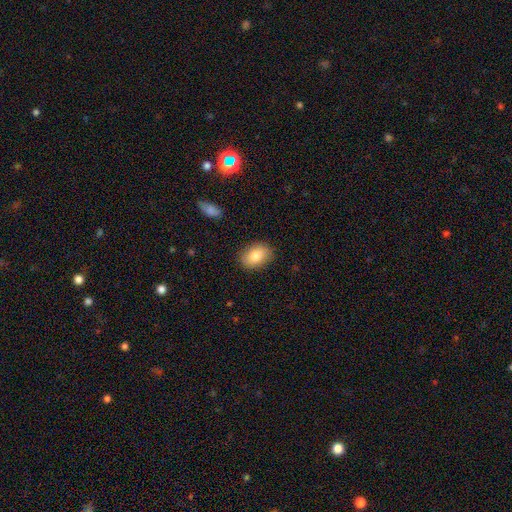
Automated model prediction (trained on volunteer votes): A smooth galaxy with no disk features (81%) that is in between round and cigar-shaped (80%). Merging: none (87%).